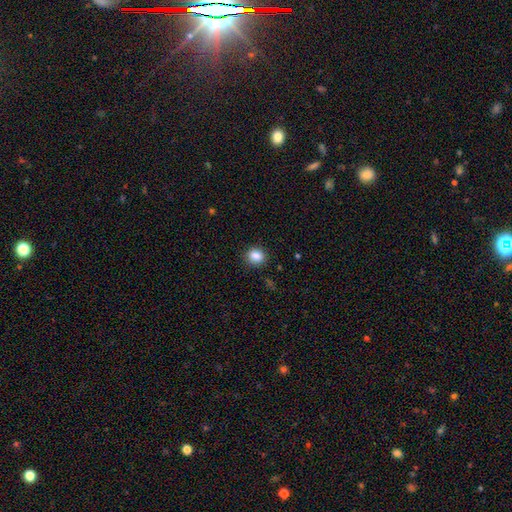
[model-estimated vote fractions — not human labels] Q: Smooth or featured?
A: smooth (86%); runner-up: star or artifact (10%)
Q: How rounded?
A: round (74%); runner-up: in between (25%)
Q: Merging?
A: none (89%); runner-up: minor disturbance (8%)